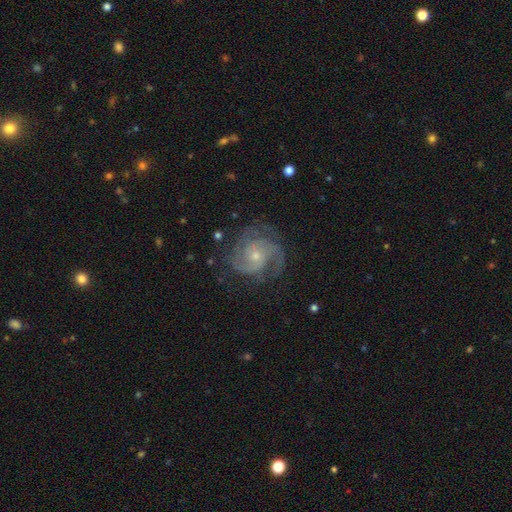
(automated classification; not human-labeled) Smooth or featured? featured or disk (89%)
Edge-on disk? no (98%)
Bar? no (72%)
Spiral arms? yes (97%)
Spiral winding? tight (48%)
Spiral arm count? 2 (42%)
Bulge size? small (70%)
Merging? none (74%)